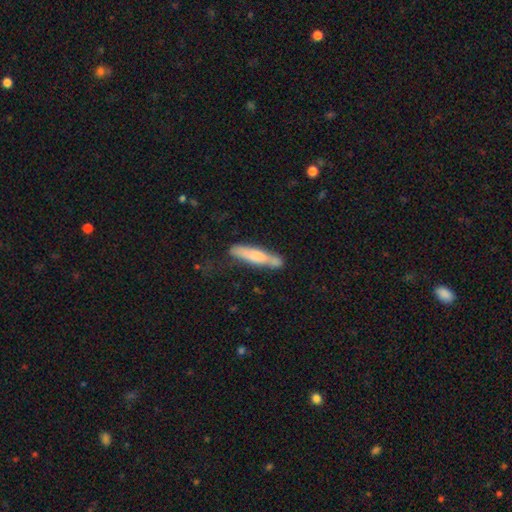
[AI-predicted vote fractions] Smooth or featured: smooth — 63% (featured or disk — 31%)
How rounded: cigar-shaped — 85% (in between — 14%)
Merging: none — 60% (minor disturbance — 22%)